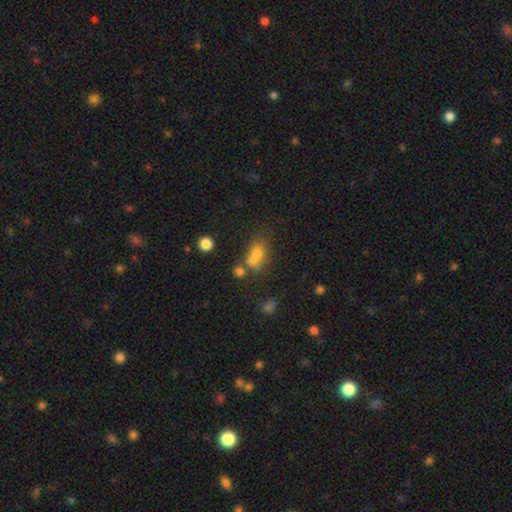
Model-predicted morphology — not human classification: The model was most divided on "how rounded": in between: 55%, round: 43%, cigar-shaped: 3%. More confident: smooth or featured — smooth (65%); merging — merger (54%).